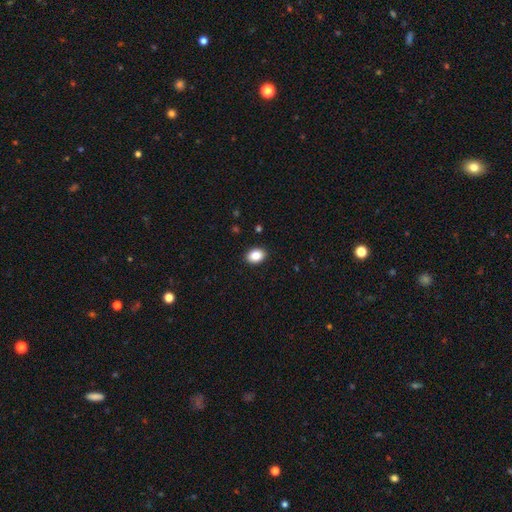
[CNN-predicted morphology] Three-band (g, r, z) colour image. It shows a smooth galaxy with no disk features (87%) that is in between round and cigar-shaped (75%). Merging: none (91%).